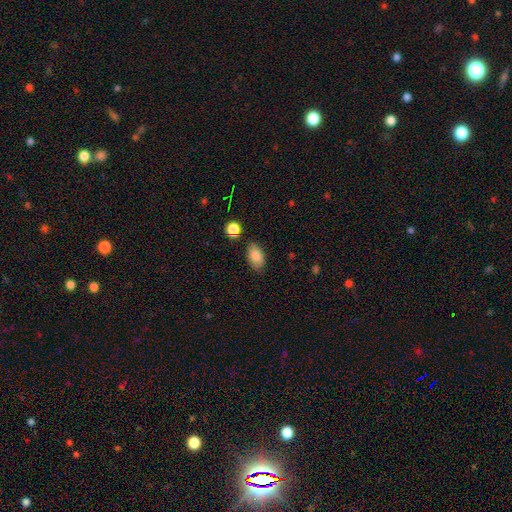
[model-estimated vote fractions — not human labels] smooth-or-featured: smooth: 84% | star or artifact: 8% | featured or disk: 8%
  how-rounded: in between: 91% | round: 7% | cigar-shaped: 2%
  merging: none: 82% | minor disturbance: 13% | major disturbance: 3% | merger: 3%